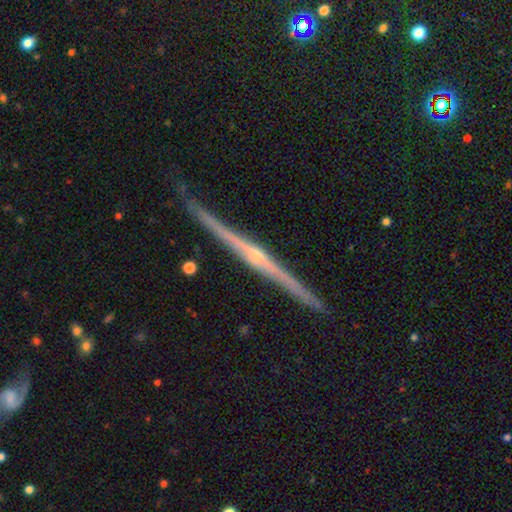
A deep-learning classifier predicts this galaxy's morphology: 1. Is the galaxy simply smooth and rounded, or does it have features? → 86% featured or disk, 7% smooth, 7% star or artifact.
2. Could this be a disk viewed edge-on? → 98% yes, 2% no.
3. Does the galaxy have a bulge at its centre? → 76% rounded, 18% none, 6% boxy.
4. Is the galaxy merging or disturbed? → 86% none, 11% minor disturbance, 2% major disturbance, 2% merger.